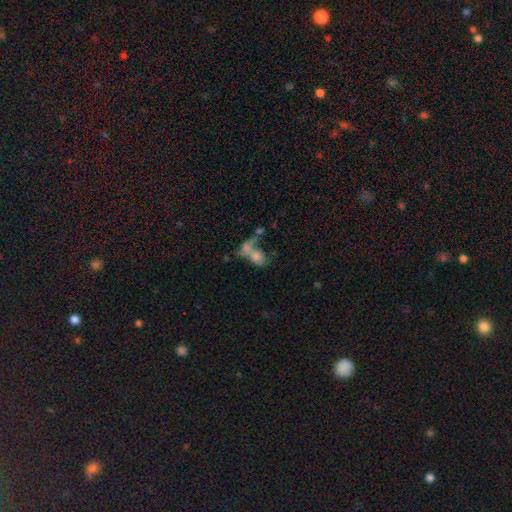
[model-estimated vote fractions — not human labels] This appears to be a smooth galaxy with no disk features (66%) that is in between round and cigar-shaped (75%). Merging: merger (64%).